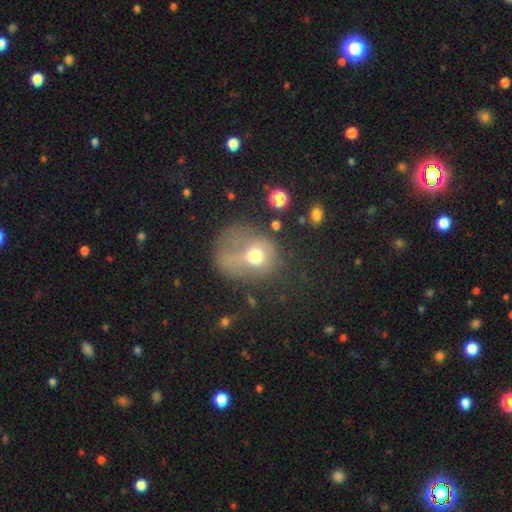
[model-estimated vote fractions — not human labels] Smooth or featured? smooth (57%)
How rounded? round (54%)
Merging? major disturbance (52%)